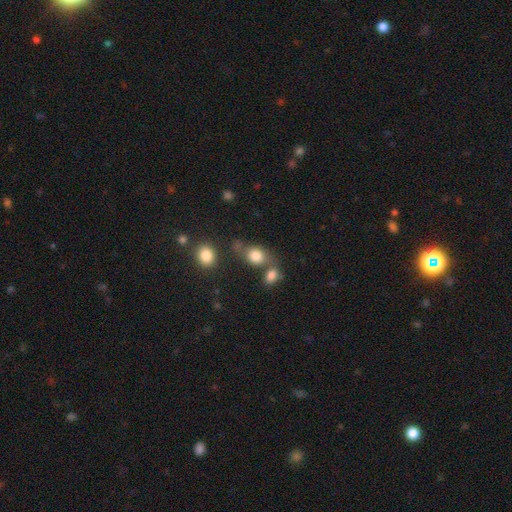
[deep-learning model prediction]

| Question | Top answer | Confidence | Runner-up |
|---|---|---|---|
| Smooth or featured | smooth | 80% | star or artifact (10%) |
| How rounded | in between | 54% | round (44%) |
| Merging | none | 47% | merger (32%) |